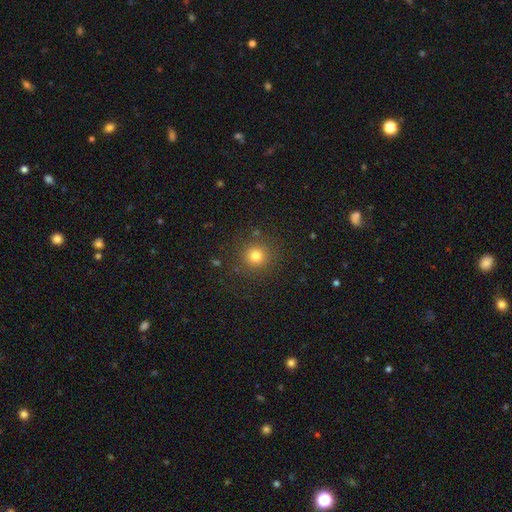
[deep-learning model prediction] The model was most divided on "smooth or featured": smooth: 78%, star or artifact: 15%, featured or disk: 7%. More confident: how rounded — round (93%); merging — none (88%).